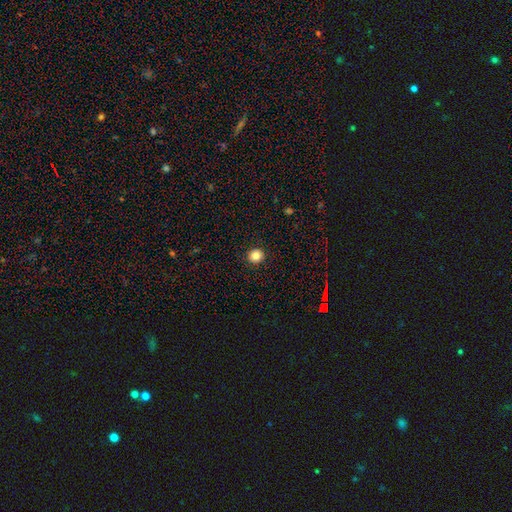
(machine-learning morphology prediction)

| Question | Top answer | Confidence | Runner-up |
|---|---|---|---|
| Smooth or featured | smooth | 84% | star or artifact (11%) |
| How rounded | round | 91% | in between (8%) |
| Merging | none | 93% | minor disturbance (5%) |